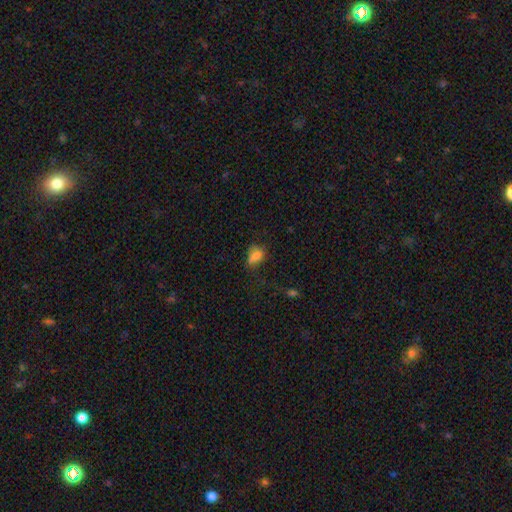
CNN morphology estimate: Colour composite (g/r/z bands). It shows a smooth galaxy with no disk features (75%) that is in between round and cigar-shaped (70%). Merging: none (45%).